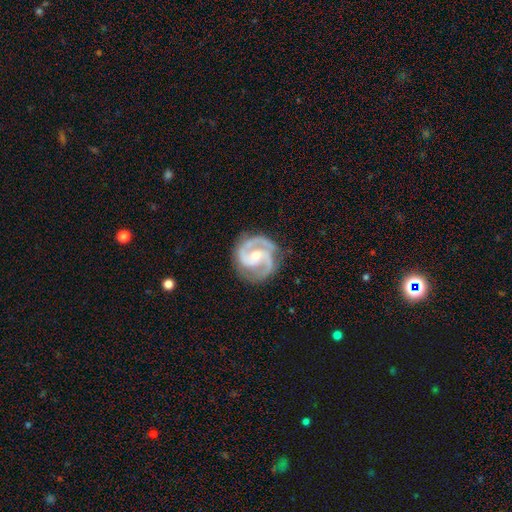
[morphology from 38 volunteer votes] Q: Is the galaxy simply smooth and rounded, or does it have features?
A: featured or disk — 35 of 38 (92%).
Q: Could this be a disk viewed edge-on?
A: no — 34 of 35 (97%).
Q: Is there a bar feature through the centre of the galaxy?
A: no — 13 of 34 (38%).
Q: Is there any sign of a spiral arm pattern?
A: yes — 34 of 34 (100%).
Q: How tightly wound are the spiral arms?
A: medium — 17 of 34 (50%).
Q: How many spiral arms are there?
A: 2 — 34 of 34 (100%).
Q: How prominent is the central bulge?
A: small — 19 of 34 (56%).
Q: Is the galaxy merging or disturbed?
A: none — 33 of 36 (92%).